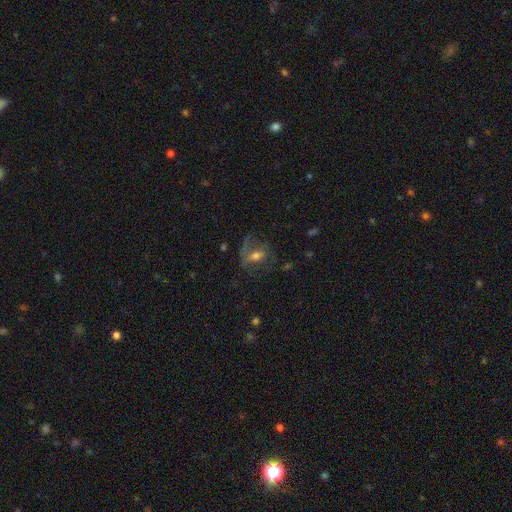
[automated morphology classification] featured or disk 53%, smooth 32%, star or artifact 16%. Down the decision tree: edge-on disk — no (92%); merging — none (52%).